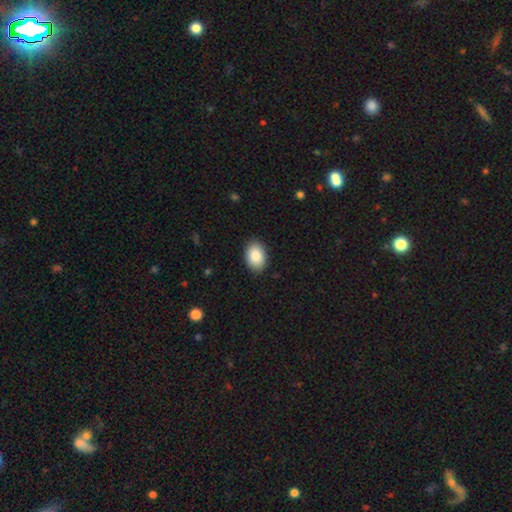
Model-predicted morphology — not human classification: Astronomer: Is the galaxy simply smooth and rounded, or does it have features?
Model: smooth — 86%.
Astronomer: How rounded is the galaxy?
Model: in between — 85%.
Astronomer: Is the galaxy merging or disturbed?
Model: none — 90%.